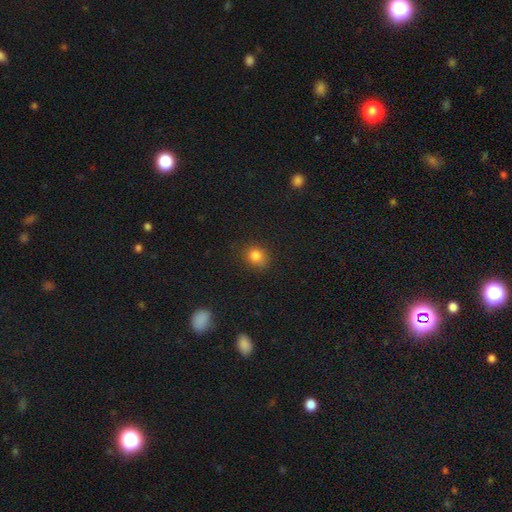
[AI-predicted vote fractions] Smooth or featured? Predicted: smooth (p=0.82). How rounded? Predicted: round (p=0.70). Merging? Predicted: none (p=0.80).